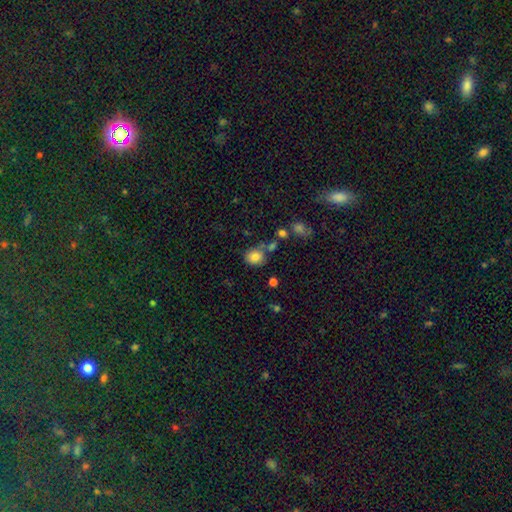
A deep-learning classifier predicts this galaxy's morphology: Overall: smooth (64%; star or artifact 27%). How rounded: round (76%). Merging: none (67%).